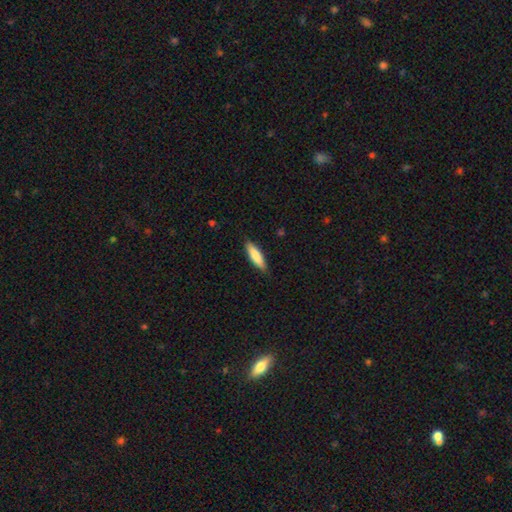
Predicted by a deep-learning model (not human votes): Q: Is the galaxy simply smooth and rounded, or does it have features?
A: smooth — 82%.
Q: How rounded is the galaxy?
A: cigar-shaped — 63%.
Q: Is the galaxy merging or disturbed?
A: none — 86%.